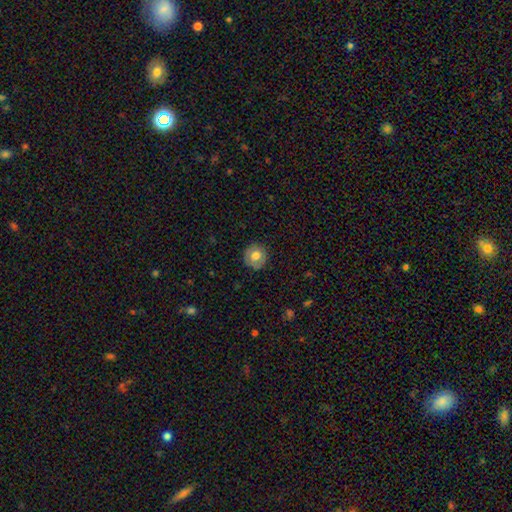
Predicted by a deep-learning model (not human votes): smooth 71%, featured or disk 21%, star or artifact 8%. Down the decision tree: how rounded — round (92%); merging — none (85%).